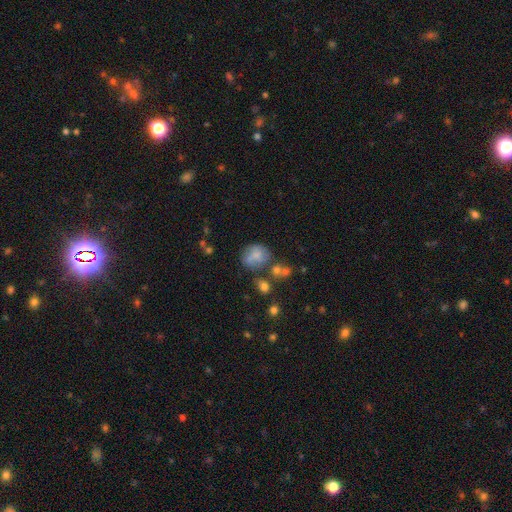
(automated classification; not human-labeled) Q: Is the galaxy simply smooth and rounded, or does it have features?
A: smooth — 64%.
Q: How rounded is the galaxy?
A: round — 62%.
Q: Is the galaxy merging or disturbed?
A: none — 44%.